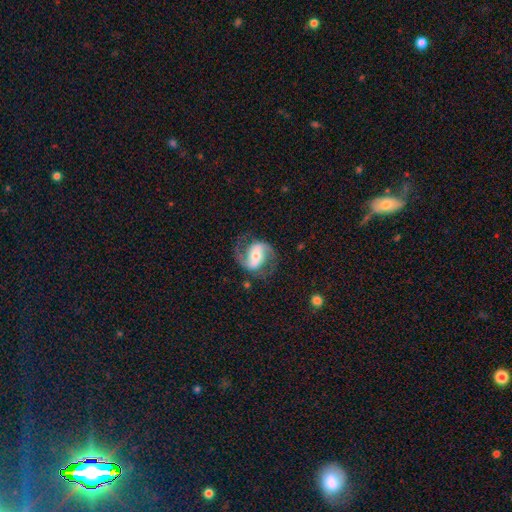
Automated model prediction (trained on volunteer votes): Smooth or featured? Predicted: featured or disk (p=0.84). Edge-on disk? Predicted: no (p=0.97). Bar? Predicted: strong (p=0.44). Spiral arms? Predicted: yes (p=0.95). Spiral winding? Predicted: medium (p=0.50). Spiral arm count? Predicted: 2 (p=0.92). Bulge size? Predicted: moderate (p=0.51). Merging? Predicted: none (p=0.75).